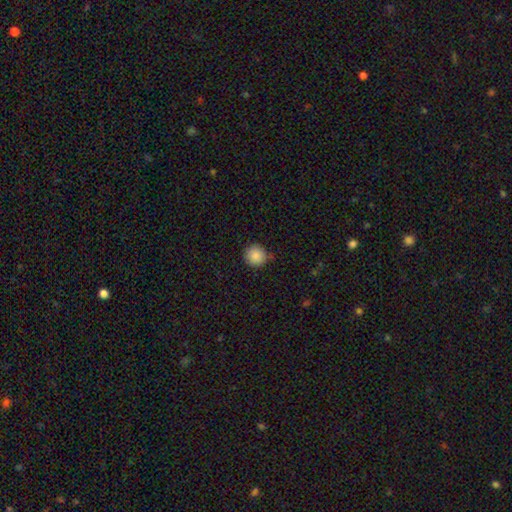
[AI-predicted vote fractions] Smooth or featured? smooth (86%)
How rounded? round (95%)
Merging? none (86%)